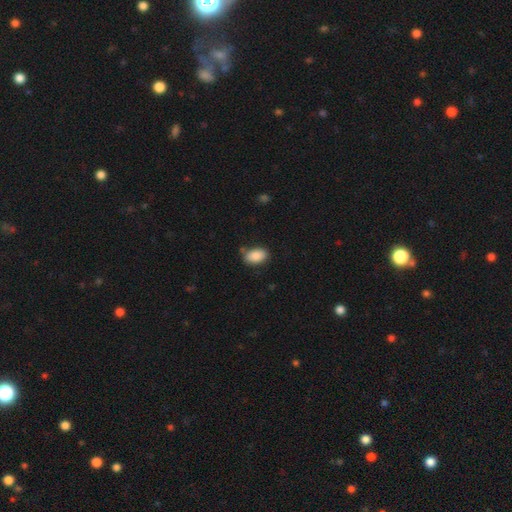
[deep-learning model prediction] This is clearly a smooth galaxy (88%). How rounded: clearly in between (92%). Merging: likely none (75%).